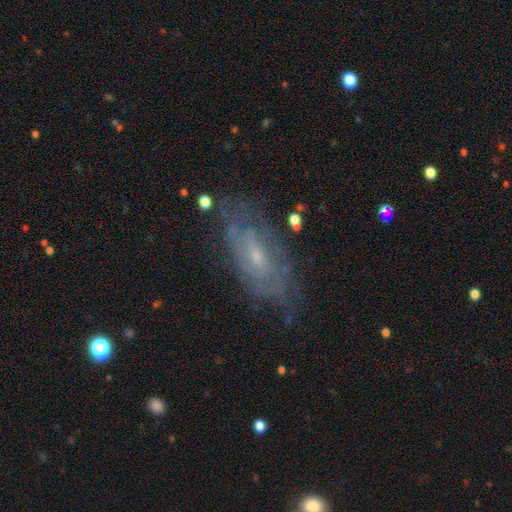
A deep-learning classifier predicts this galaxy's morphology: Smooth or featured? Predicted: featured or disk (p=0.68). Edge-on disk? Predicted: no (p=0.87). Bar? Predicted: no (p=0.61). Spiral arms? Predicted: yes (p=0.73). Bulge size? Predicted: small (p=0.68). Merging? Predicted: none (p=0.71).